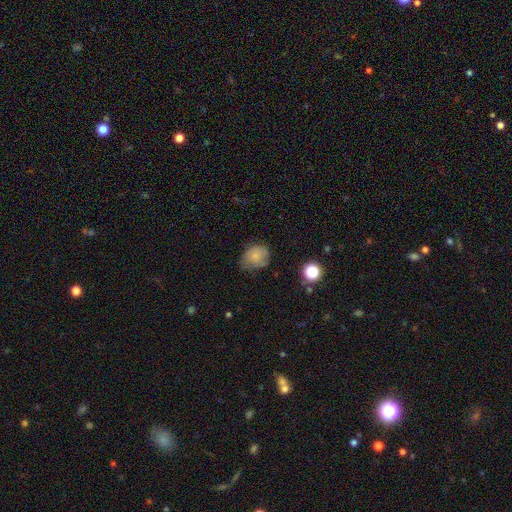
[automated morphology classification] Smooth or featured: smooth — 72% (featured or disk — 18%)
How rounded: round — 51% (in between — 48%)
Merging: none — 55% (minor disturbance — 32%)